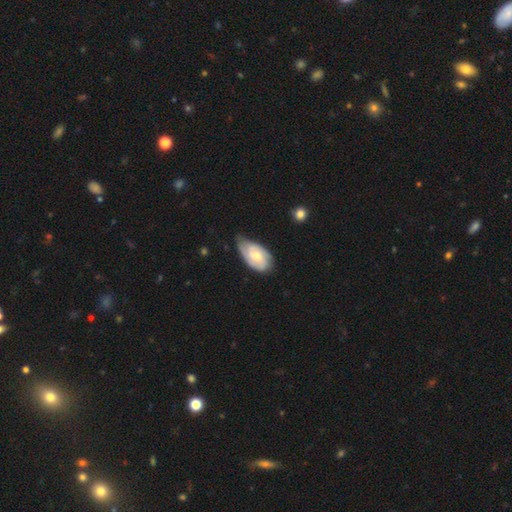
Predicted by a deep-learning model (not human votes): Morphology: type=featured or disk (57%); edge-on=no (95%); bar=no (63%); spiral arms=yes (86%); bulge=moderate (63%); merging=none (52%).